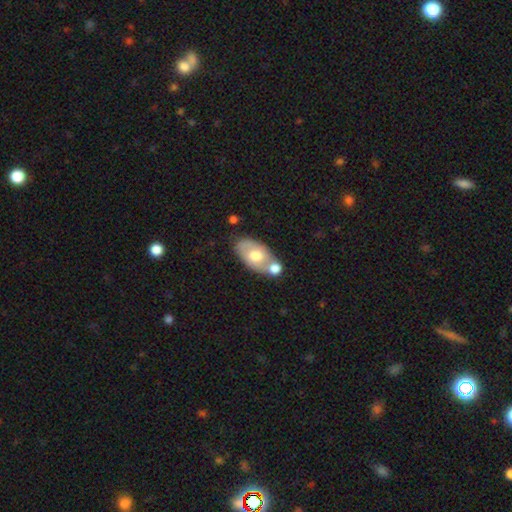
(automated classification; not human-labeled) smooth_or_featured: smooth (p=0.55) [alt: featured or disk p=0.39]
how_rounded: in between (p=0.91) [alt: round p=0.07]
merging: merger (p=0.40) [tied with: none p=0.40]